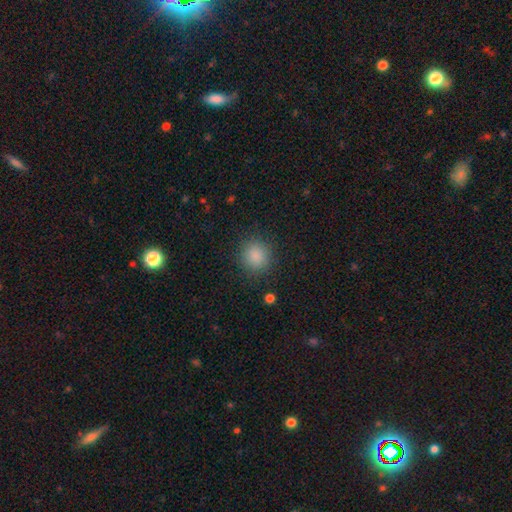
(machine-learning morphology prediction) Smooth or featured? smooth (86%)
How rounded? round (90%)
Merging? none (88%)